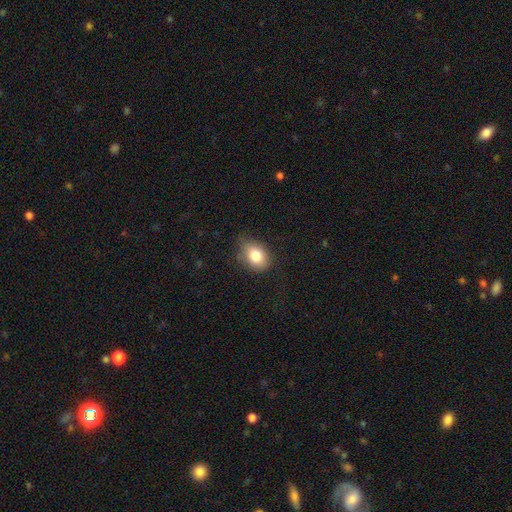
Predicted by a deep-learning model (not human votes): smooth-or-featured: smooth: 81% | featured or disk: 10% | star or artifact: 9%
  how-rounded: in between: 66% | round: 33% | cigar-shaped: 1%
  merging: none: 66% | minor disturbance: 27% | major disturbance: 6% | merger: 1%